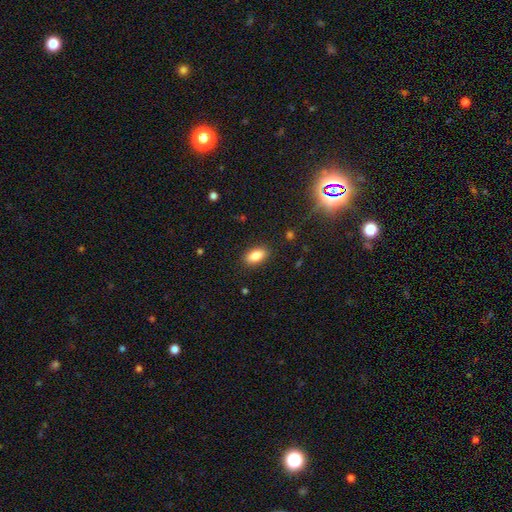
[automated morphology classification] smooth_or_featured: smooth (p=0.84) [alt: star or artifact p=0.08]
how_rounded: in between (p=0.90) [alt: round p=0.05]
merging: none (p=0.88) [alt: minor disturbance p=0.09]